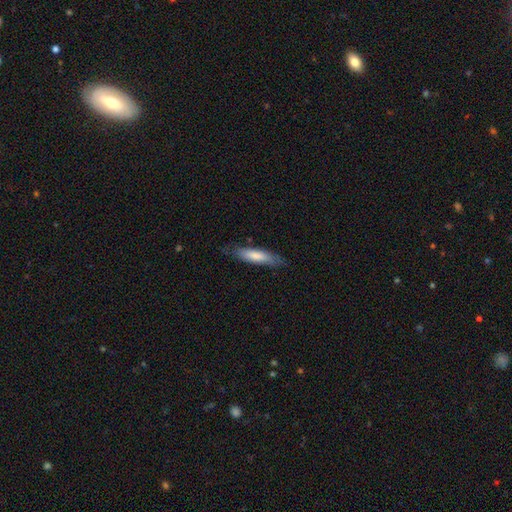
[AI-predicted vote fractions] This is likely a smooth galaxy (76%). How rounded: likely cigar-shaped (73%). Merging: likely none (77%).